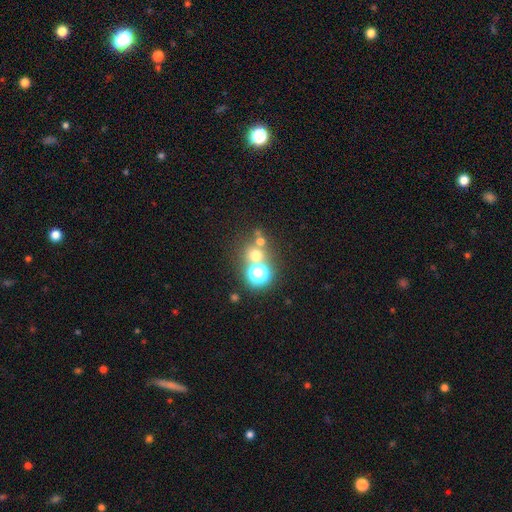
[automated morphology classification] smooth_or_featured: smooth (p=0.55) [alt: star or artifact p=0.33]
how_rounded: round (p=0.89) [alt: in between p=0.10]
merging: none (p=0.62) [alt: merger p=0.27]